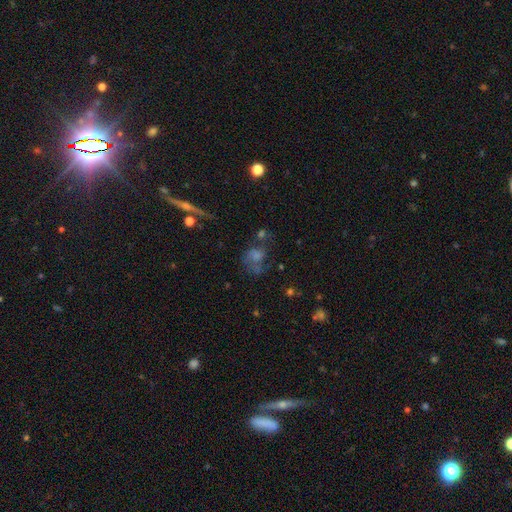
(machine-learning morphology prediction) Smooth or featured? Predicted: featured or disk (p=0.41). Merging? Predicted: none (p=0.50).